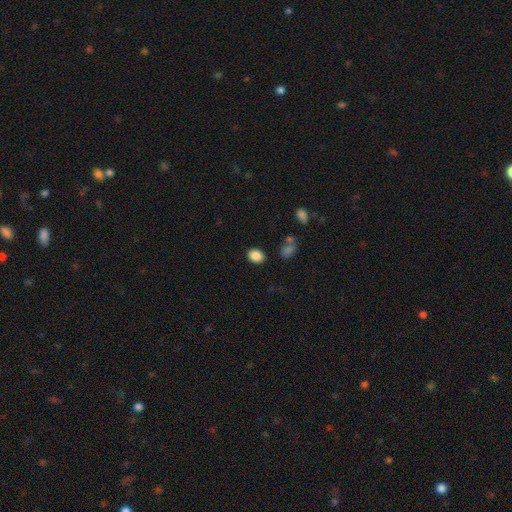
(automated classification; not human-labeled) smooth_or_featured: smooth (p=0.86) [alt: star or artifact p=0.09]
how_rounded: in between (p=0.63) [alt: round p=0.36]
merging: none (p=0.85) [alt: minor disturbance p=0.09]